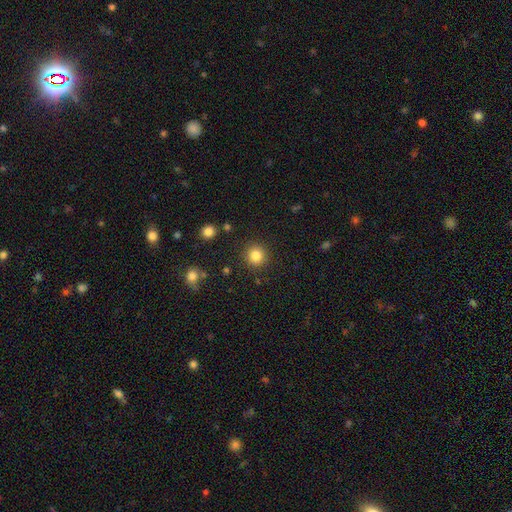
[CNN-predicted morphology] Smooth or featured?
  - smooth: 84% *
  - star or artifact: 11%
  - featured or disk: 5%
How rounded?
  - round: 93% *
  - in between: 6%
  - cigar-shaped: 1%
Merging?
  - none: 90% *
  - minor disturbance: 6%
  - major disturbance: 3%
  - merger: 2%